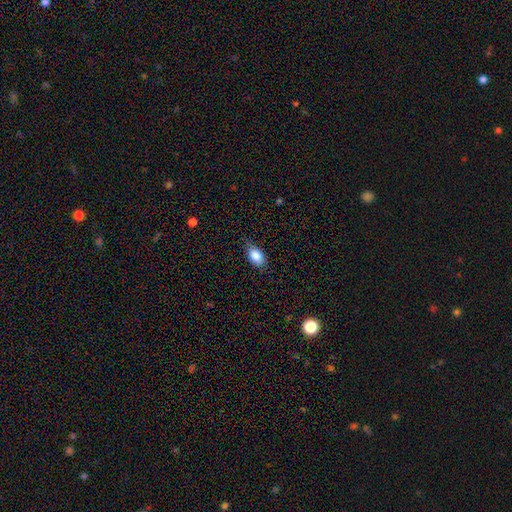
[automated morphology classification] This is clearly a smooth galaxy (85%). How rounded: clearly in between (87%). Merging: likely none (69%).